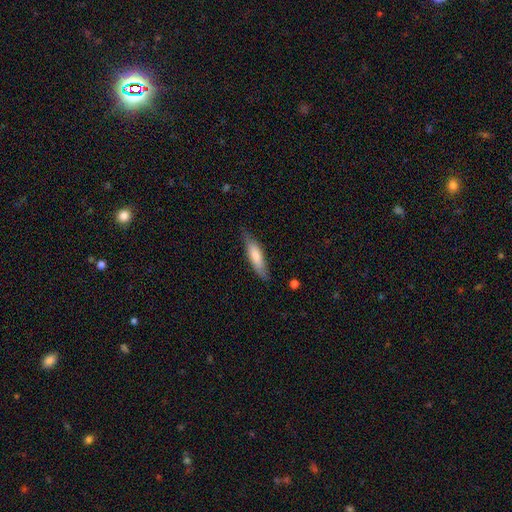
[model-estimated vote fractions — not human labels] Morphology: type=smooth (73%); roundness=cigar-shaped (64%); merging=none (76%).